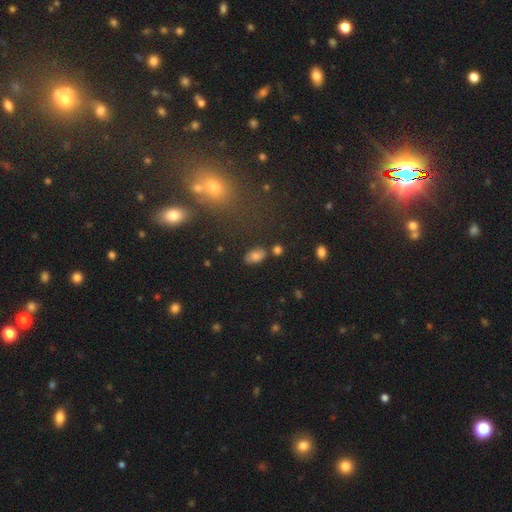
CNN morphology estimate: Smooth or featured: smooth — 74% (star or artifact — 15%)
How rounded: in between — 88% (round — 10%)
Merging: none — 75% (minor disturbance — 13%)